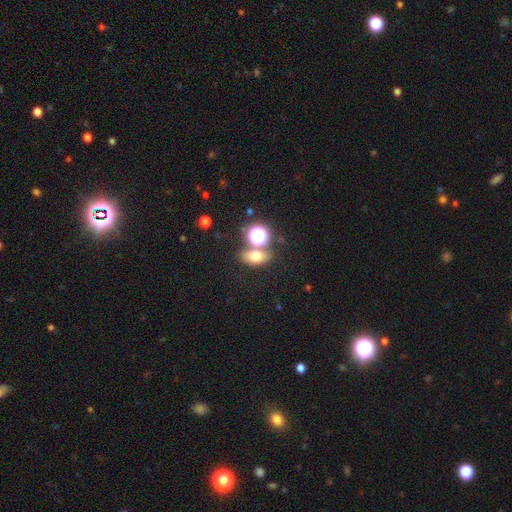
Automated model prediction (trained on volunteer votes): smooth-or-featured: smooth: 64% | star or artifact: 21% | featured or disk: 15%
  how-rounded: in between: 65% | round: 31% | cigar-shaped: 4%
  merging: none: 64% | merger: 21% | minor disturbance: 11% | major disturbance: 4%